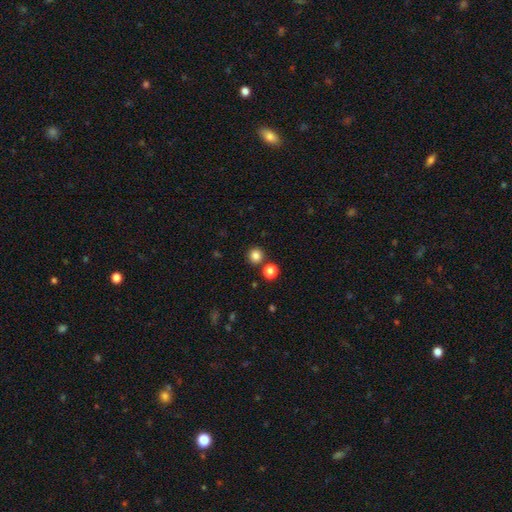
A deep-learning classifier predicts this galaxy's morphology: type=smooth (83%); roundness=round (93%); merging=none (82%).